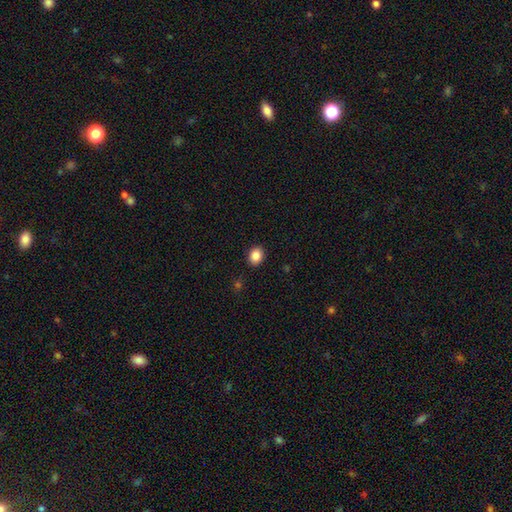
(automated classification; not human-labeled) This appears to be a smooth galaxy with no disk features (86%) that is round (53%). Merging: none (91%).